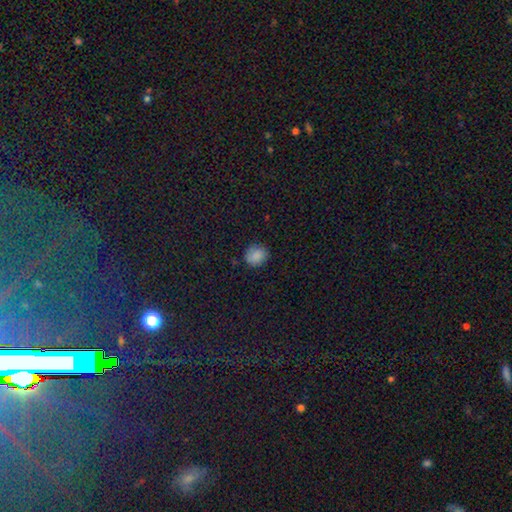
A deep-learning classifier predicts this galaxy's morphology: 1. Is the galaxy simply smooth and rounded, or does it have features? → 85% smooth, 10% star or artifact, 5% featured or disk.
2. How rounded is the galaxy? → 82% round, 17% in between, 1% cigar-shaped.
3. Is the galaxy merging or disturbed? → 82% none, 14% minor disturbance, 3% major disturbance, 1% merger.